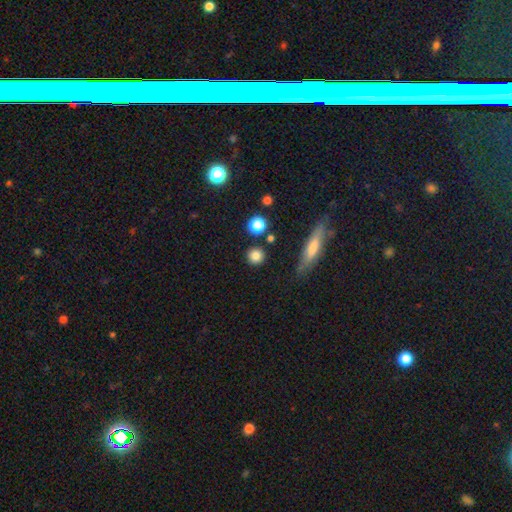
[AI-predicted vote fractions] smooth 84%, star or artifact 10%, featured or disk 6%. Down the decision tree: how rounded — round (90%); merging — none (85%).